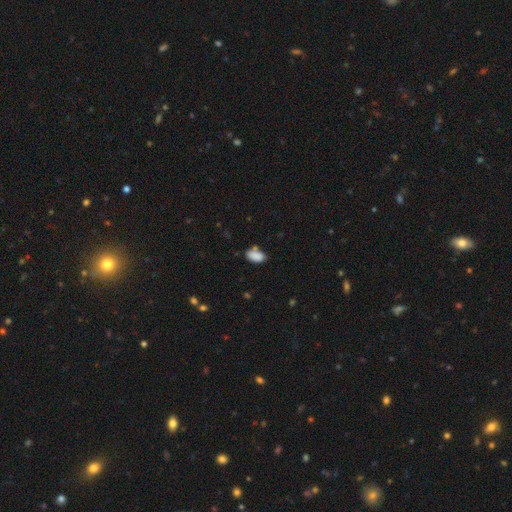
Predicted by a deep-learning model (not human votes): smooth_or_featured: smooth (p=0.85) [alt: star or artifact p=0.09]
how_rounded: in between (p=0.92) [alt: round p=0.05]
merging: none (p=0.59) [alt: minor disturbance p=0.24]